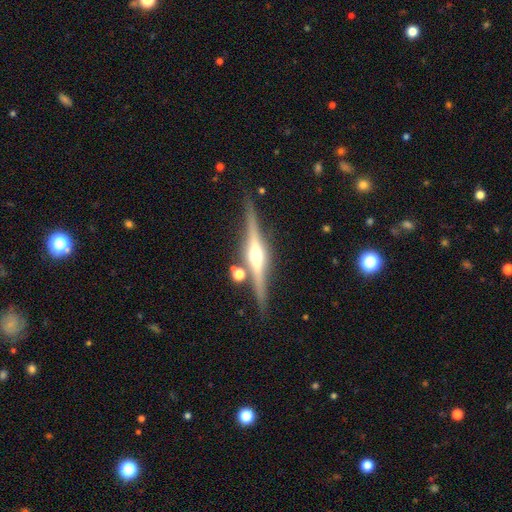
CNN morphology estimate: smooth_or_featured: featured or disk (p=0.84) [alt: smooth p=0.10]
disk_edge_on: yes (p=0.98) [alt: no p=0.02]
edge_on_bulge: rounded (p=0.91) [alt: boxy p=0.06]
merging: none (p=0.85) [alt: minor disturbance p=0.08]